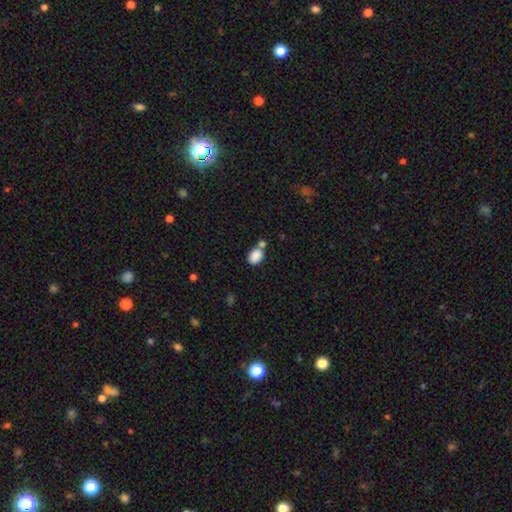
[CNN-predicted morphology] Q: Smooth or featured?
A: smooth (87%); runner-up: star or artifact (8%)
Q: How rounded?
A: in between (74%); runner-up: round (25%)
Q: Merging?
A: none (54%); runner-up: merger (30%)